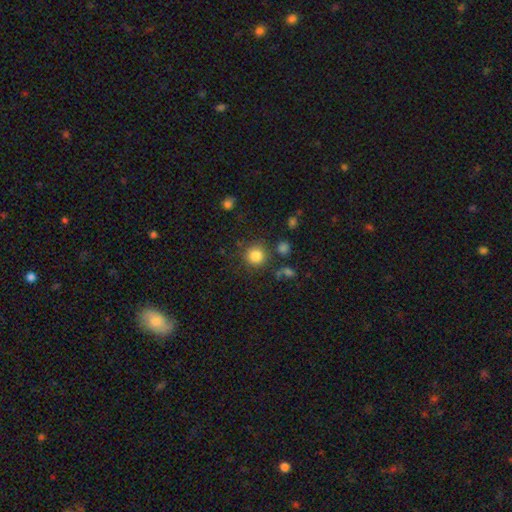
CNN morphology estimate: smooth_or_featured: smooth (p=0.83) [alt: star or artifact p=0.11]
how_rounded: round (p=0.93) [alt: in between p=0.06]
merging: none (p=0.83) [alt: minor disturbance p=0.09]